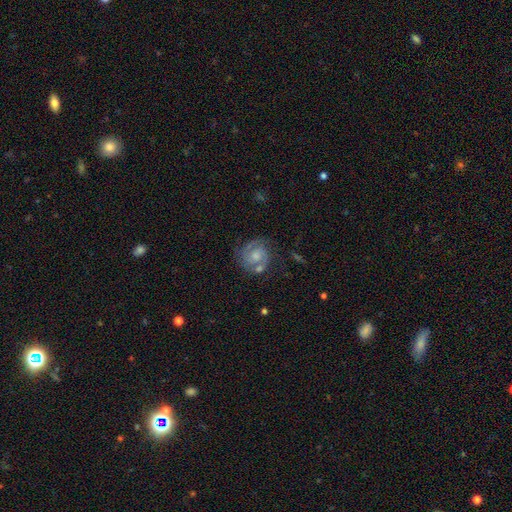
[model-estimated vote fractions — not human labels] Smooth or featured: featured or disk — 73% (smooth — 20%)
Edge-on disk: no — 98% (yes — 2%)
Bar: no — 67% (weak — 28%)
Spiral arms: yes — 92% (no — 8%)
Spiral winding: tight — 52% (medium — 38%)
Spiral arm count: 2 — 68% (can't tell — 14%)
Bulge size: moderate — 43% (small — 36%)
Merging: none — 60% (minor disturbance — 19%)